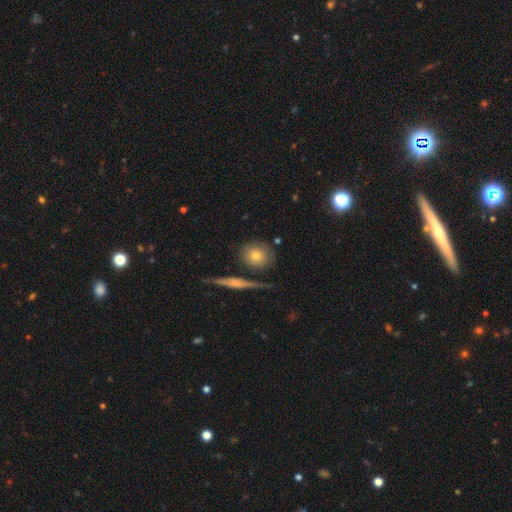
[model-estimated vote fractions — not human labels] Smooth or featured?
  - smooth: 71% *
  - featured or disk: 20%
  - star or artifact: 9%
How rounded?
  - round: 78% *
  - in between: 19%
  - cigar-shaped: 4%
Merging?
  - none: 73% *
  - minor disturbance: 13%
  - merger: 9%
  - major disturbance: 4%